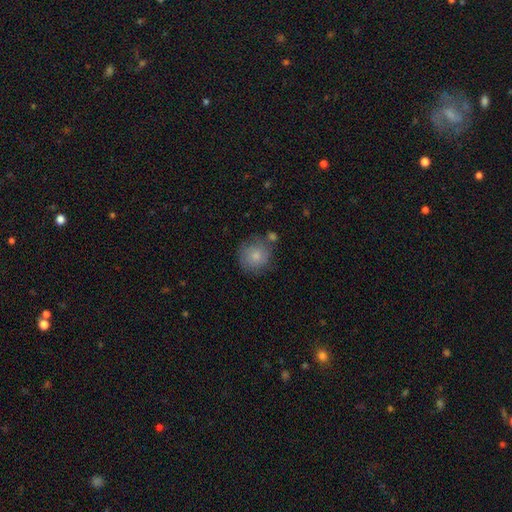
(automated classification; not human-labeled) smooth-or-featured: smooth: 79% | featured or disk: 14% | star or artifact: 7%
  how-rounded: round: 90% | in between: 9% | cigar-shaped: 1%
  merging: none: 67% | minor disturbance: 18% | merger: 9% | major disturbance: 6%